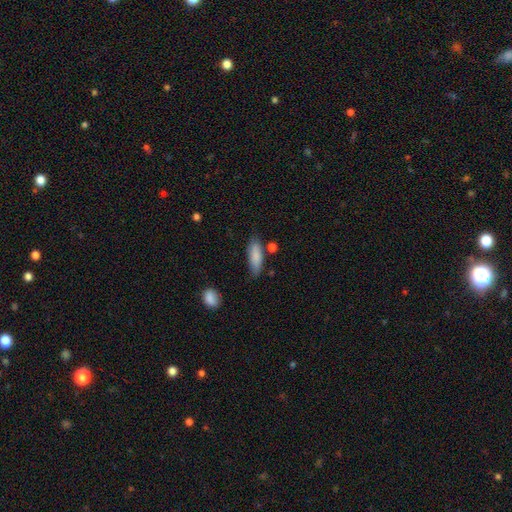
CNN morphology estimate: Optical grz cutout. It shows a smooth galaxy with no disk features (85%) that is in between round and cigar-shaped (61%). Merging: none (73%).